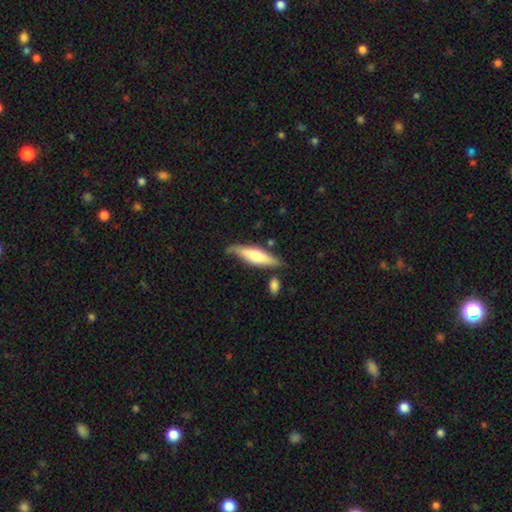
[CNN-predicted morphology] The model was most divided on "smooth or featured": smooth: 53%, featured or disk: 41%, star or artifact: 5%. More confident: merging — none (73%); how rounded — cigar-shaped (71%).